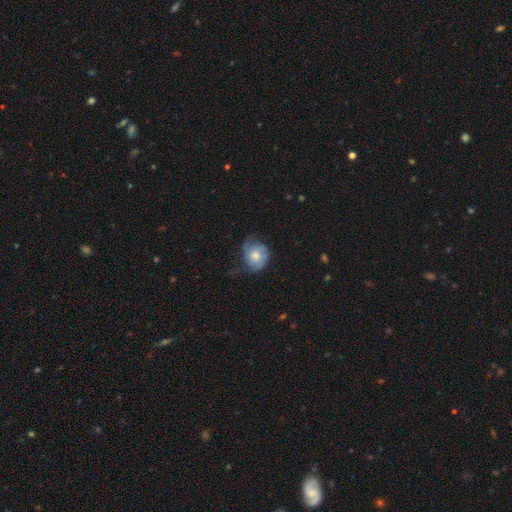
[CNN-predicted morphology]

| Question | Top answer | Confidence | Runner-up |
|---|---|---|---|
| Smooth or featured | featured or disk | 48% | smooth (45%) |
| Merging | none | 47% | minor disturbance (32%) |